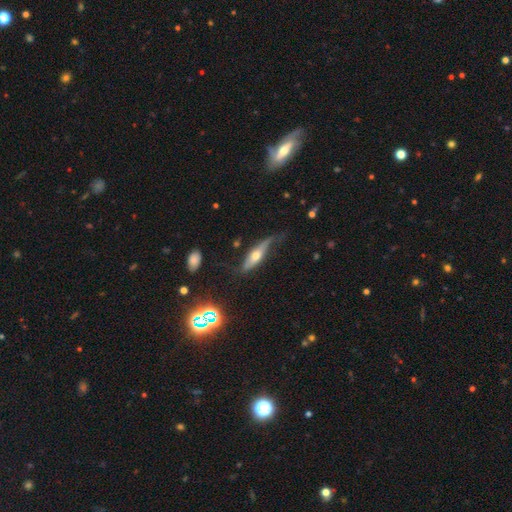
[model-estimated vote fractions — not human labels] Smooth or featured: featured or disk — 55% (smooth — 38%)
Edge-on disk: yes — 67% (no — 33%)
Merging: none — 43% (minor disturbance — 34%)